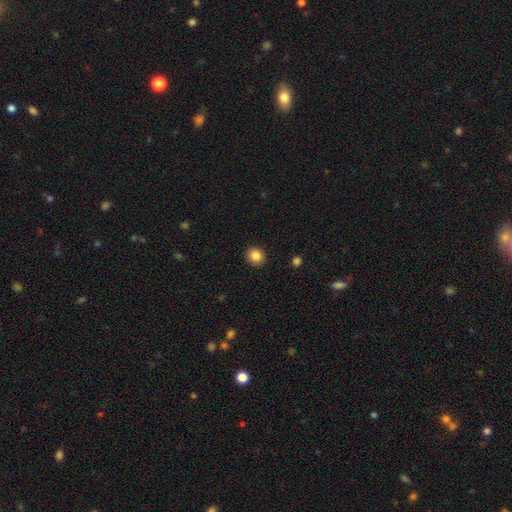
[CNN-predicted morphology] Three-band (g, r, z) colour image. It shows a smooth galaxy with no disk features (85%) that is round (82%). Merging: none (92%).